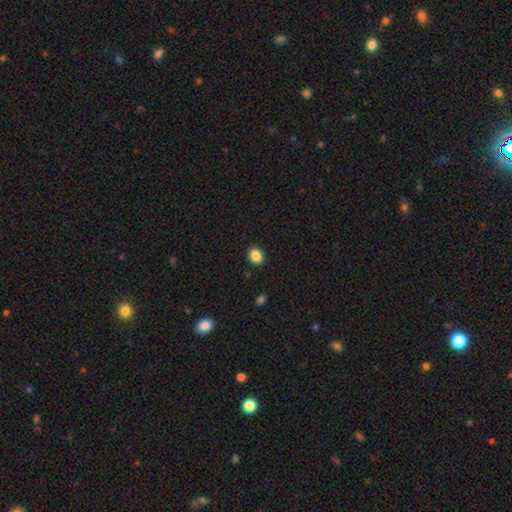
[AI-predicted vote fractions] A smooth galaxy with no disk features (88%) that is in between round and cigar-shaped (65%). Merging: none (90%).